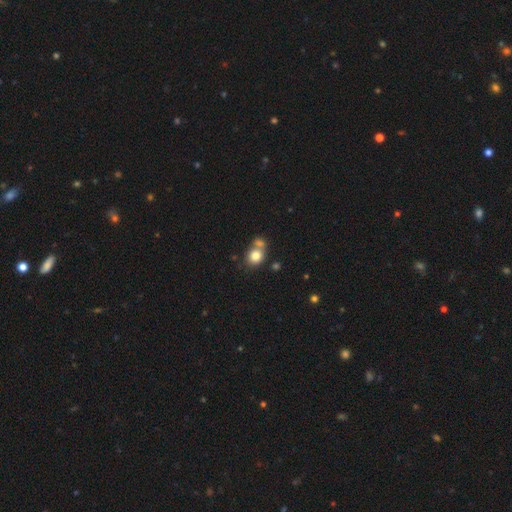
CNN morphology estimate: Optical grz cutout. It shows a smooth galaxy with no disk features (79%) that is round (70%). Merging: merger (44%, tied with none).